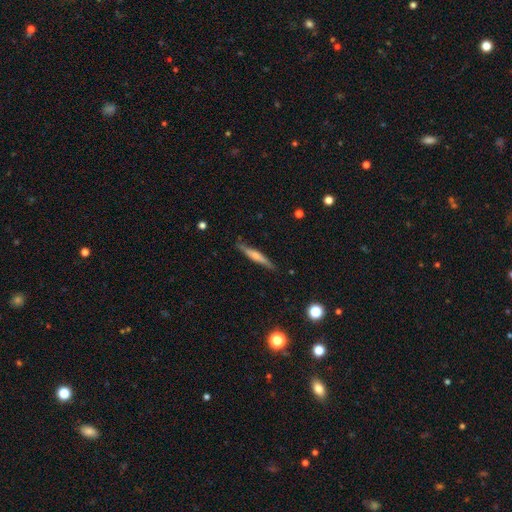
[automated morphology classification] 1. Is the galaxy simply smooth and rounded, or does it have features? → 50% featured or disk, 44% smooth, 6% star or artifact.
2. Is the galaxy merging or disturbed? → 84% none, 13% minor disturbance, 2% major disturbance, 2% merger.